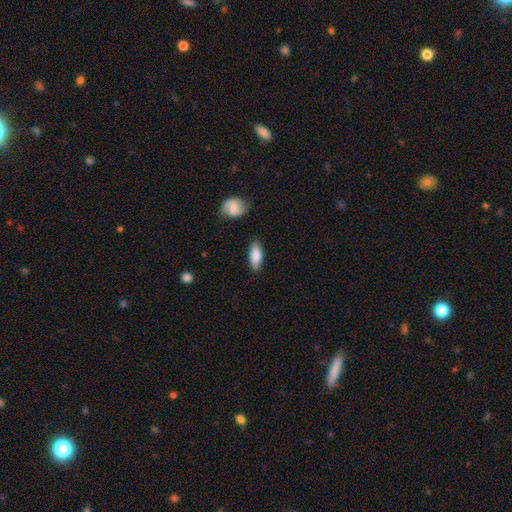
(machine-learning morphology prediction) This is likely a smooth galaxy (80%). How rounded: likely in between (73%). Merging: clearly none (84%).